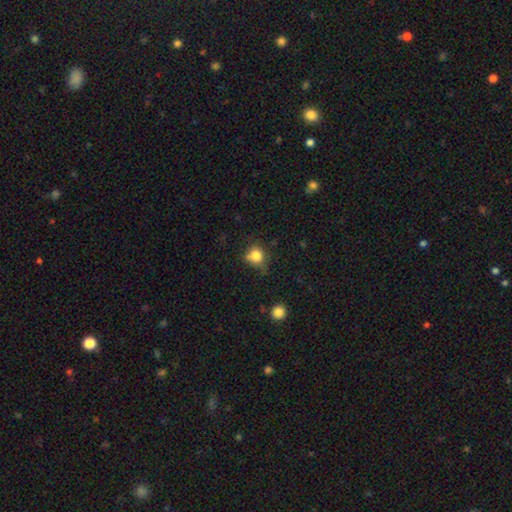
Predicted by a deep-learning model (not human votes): Smooth or featured? smooth (81%)
How rounded? round (75%)
Merging? none (58%)